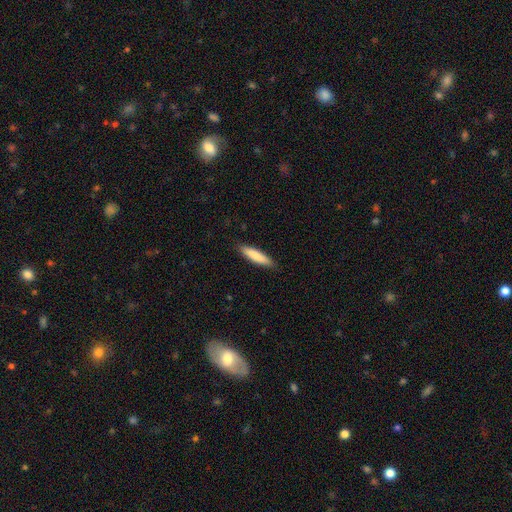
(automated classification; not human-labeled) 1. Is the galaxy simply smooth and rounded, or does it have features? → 80% smooth, 15% featured or disk, 5% star or artifact.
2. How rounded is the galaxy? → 81% cigar-shaped, 18% in between, 1% round.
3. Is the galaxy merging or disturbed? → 89% none, 9% minor disturbance, 2% major disturbance, 1% merger.